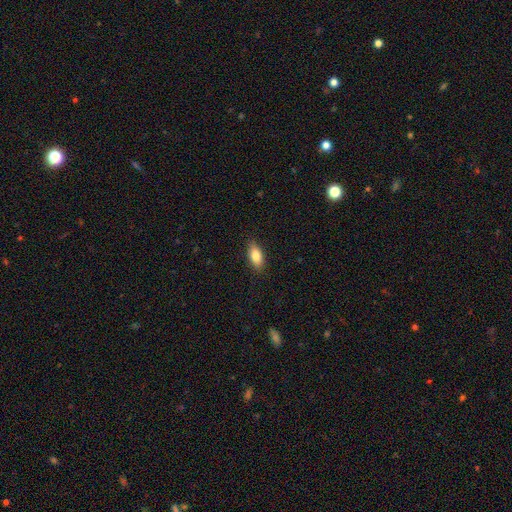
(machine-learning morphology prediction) A smooth galaxy with no disk features (84%) that is in between round and cigar-shaped (87%).

Vote fractions:
- Smooth or featured? smooth: 84% / featured or disk: 9% / star or artifact: 7%
- How rounded? in between: 87% / cigar-shaped: 9% / round: 3%
- Merging? none: 86% / minor disturbance: 10% / major disturbance: 2% / merger: 1%